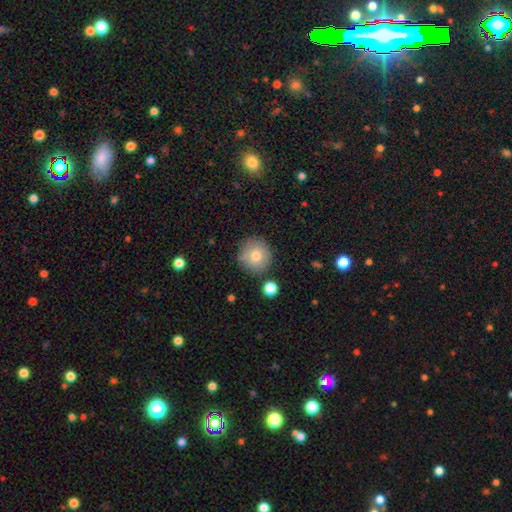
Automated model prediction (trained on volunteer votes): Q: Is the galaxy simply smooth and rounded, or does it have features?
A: smooth — 76%.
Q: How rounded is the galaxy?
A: round — 92%.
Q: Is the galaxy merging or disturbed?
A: none — 80%.